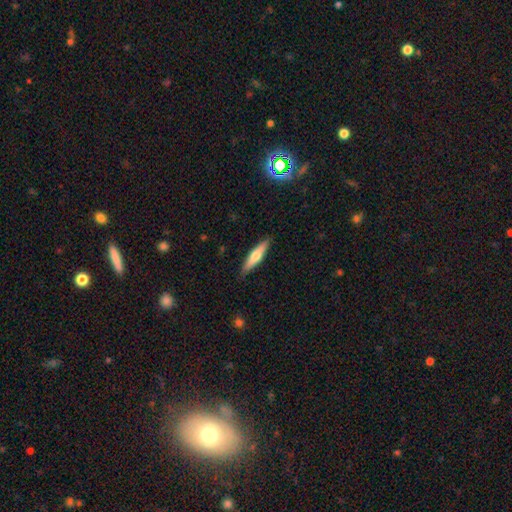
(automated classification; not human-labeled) smooth 52%, featured or disk 42%, star or artifact 5%. Down the decision tree: how rounded — cigar-shaped (80%); merging — none (88%).